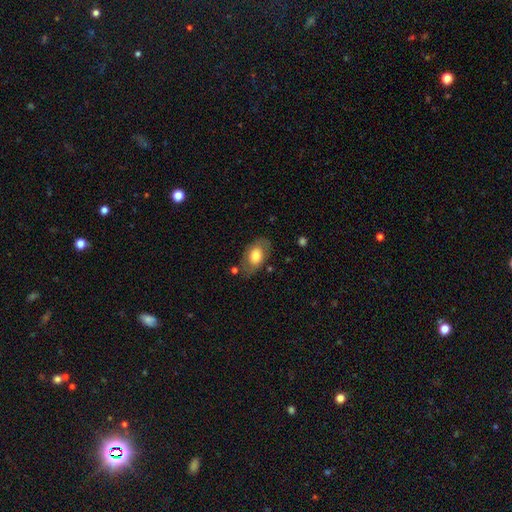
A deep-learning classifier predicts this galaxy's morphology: type=smooth (67%); roundness=in between (88%); merging=none (71%).